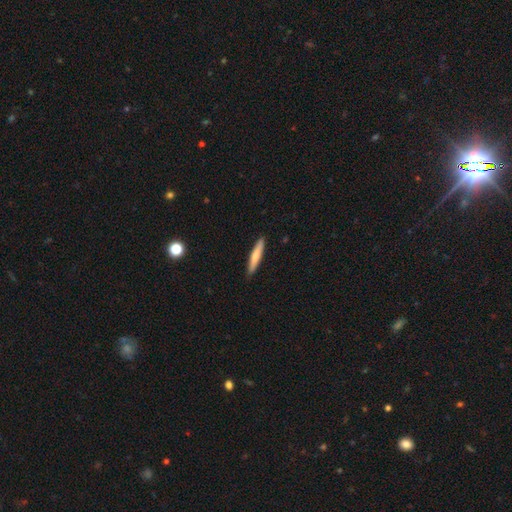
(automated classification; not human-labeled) Smooth or featured?
  - smooth: 68% *
  - featured or disk: 27%
  - star or artifact: 5%
How rounded?
  - cigar-shaped: 91% *
  - in between: 8%
  - round: 1%
Merging?
  - none: 90% *
  - minor disturbance: 7%
  - major disturbance: 1%
  - merger: 1%